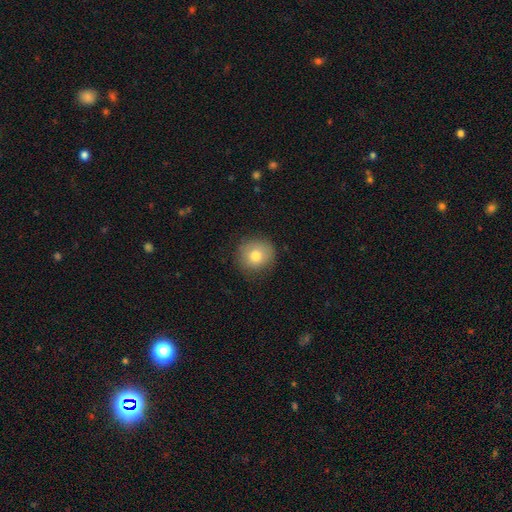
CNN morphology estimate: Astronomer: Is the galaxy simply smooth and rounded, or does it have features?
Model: smooth — 78%.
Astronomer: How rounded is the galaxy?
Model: round — 90%.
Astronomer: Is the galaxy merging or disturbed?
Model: none — 83%.